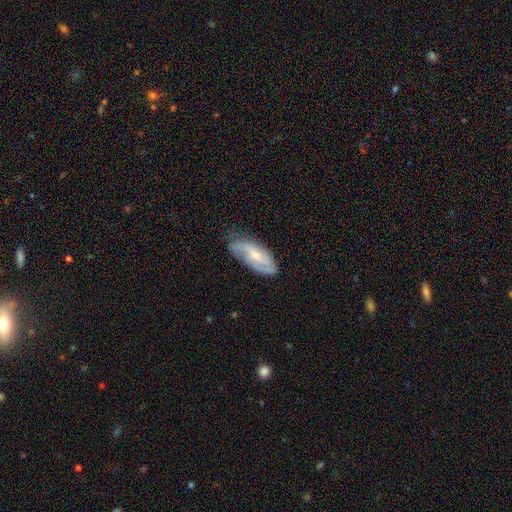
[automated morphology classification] Smooth or featured?
  - featured or disk: 72% *
  - smooth: 22%
  - star or artifact: 6%
Edge-on disk?
  - no: 92% *
  - yes: 8%
Bar?
  - no: 49% *
  - weak: 41%
  - strong: 10%
Spiral arms?
  - yes: 93% *
  - no: 7%
Spiral winding?
  - medium: 47% *
  - tight: 29%
  - loose: 24%
Spiral arm count?
  - 2: 52% *
  - 3: 19%
  - can't tell: 18%
  - 1: 5%
  - 4: 3%
  - more than 4: 2%
Bulge size?
  - small: 46% *
  - moderate: 43%
  - none: 8%
  - large: 3%
  - dominant: 1%
Merging?
  - none: 67% *
  - minor disturbance: 24%
  - major disturbance: 7%
  - merger: 2%